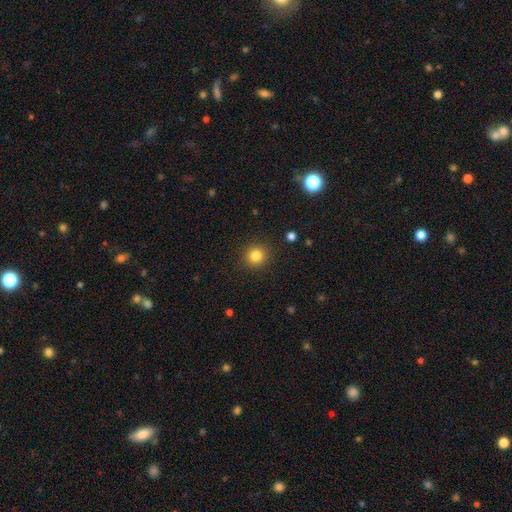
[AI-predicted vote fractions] A smooth galaxy with no disk features (82%) that is round (91%).

Vote fractions:
- Smooth or featured? smooth: 82% / star or artifact: 12% / featured or disk: 6%
- How rounded? round: 91% / in between: 8% / cigar-shaped: 1%
- Merging? none: 91% / minor disturbance: 6% / major disturbance: 2% / merger: 1%